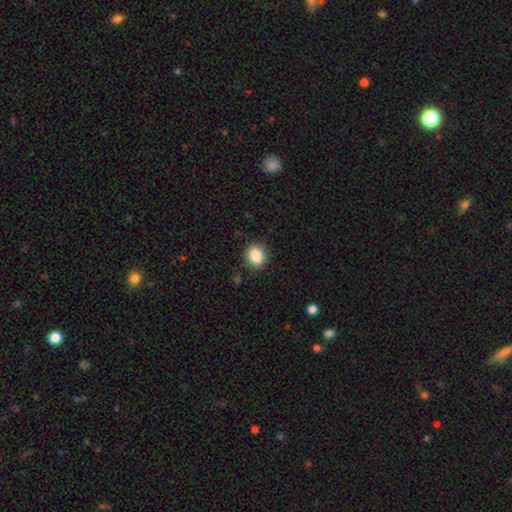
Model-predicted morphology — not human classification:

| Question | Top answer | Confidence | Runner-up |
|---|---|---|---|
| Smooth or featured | smooth | 86% | star or artifact (9%) |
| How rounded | round | 79% | in between (20%) |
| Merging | none | 88% | minor disturbance (9%) |